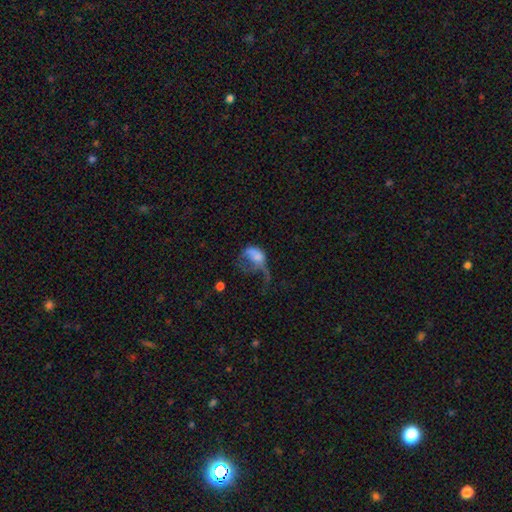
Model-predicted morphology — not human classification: A smooth galaxy with no disk features (57%) that is in between round and cigar-shaped (76%).

Vote fractions:
- Smooth or featured? smooth: 57% / featured or disk: 32% / star or artifact: 11%
- How rounded? in between: 76% / round: 22% / cigar-shaped: 2%
- Merging? major disturbance: 68% / minor disturbance: 12% / none: 12% / merger: 8%